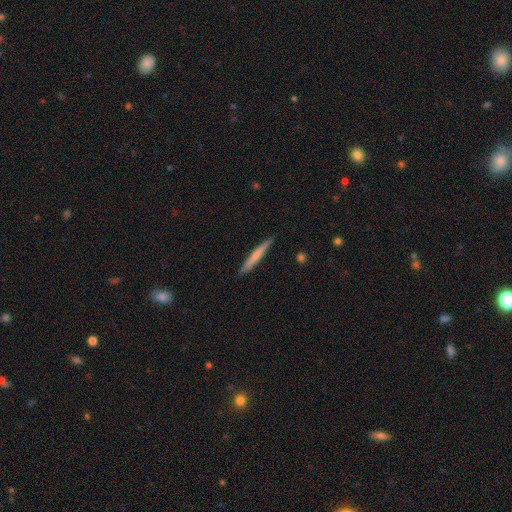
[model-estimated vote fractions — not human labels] smooth_or_featured: smooth (p=0.61) [alt: featured or disk p=0.33]
how_rounded: cigar-shaped (p=0.96) [alt: in between p=0.03]
merging: none (p=0.90) [alt: minor disturbance p=0.07]